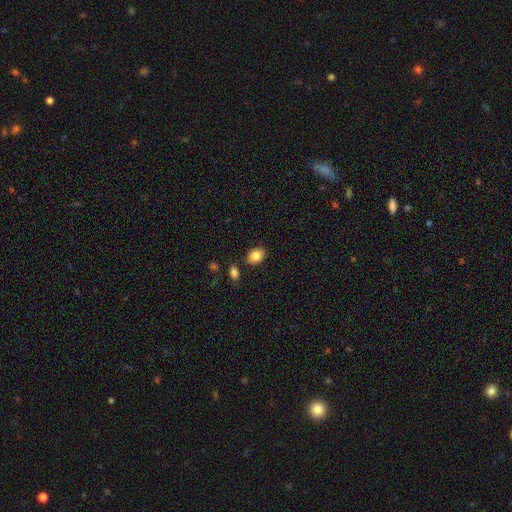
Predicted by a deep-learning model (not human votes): smooth_or_featured: smooth (p=0.85) [alt: star or artifact p=0.08]
how_rounded: in between (p=0.71) [alt: round p=0.28]
merging: none (p=0.83) [alt: minor disturbance p=0.10]